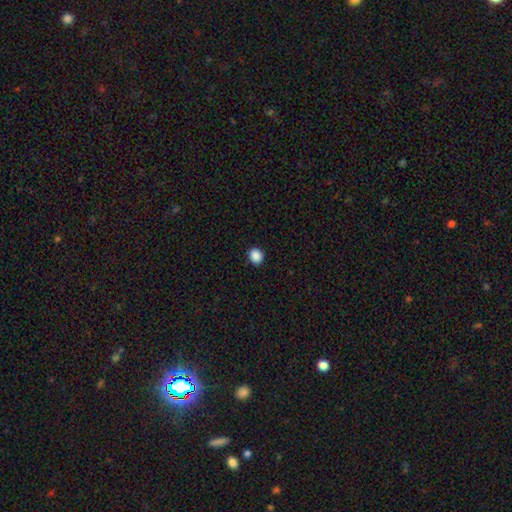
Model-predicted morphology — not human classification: smooth 89%, star or artifact 9%, featured or disk 2%. Down the decision tree: how rounded — round (74%); merging — none (92%).